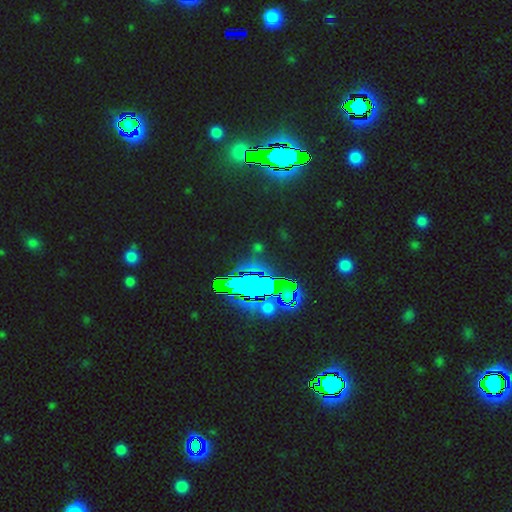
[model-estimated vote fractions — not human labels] A star or artifact, not a galaxy (72%).

Vote fractions:
- Smooth or featured? star or artifact: 72% / smooth: 15% / featured or disk: 12%